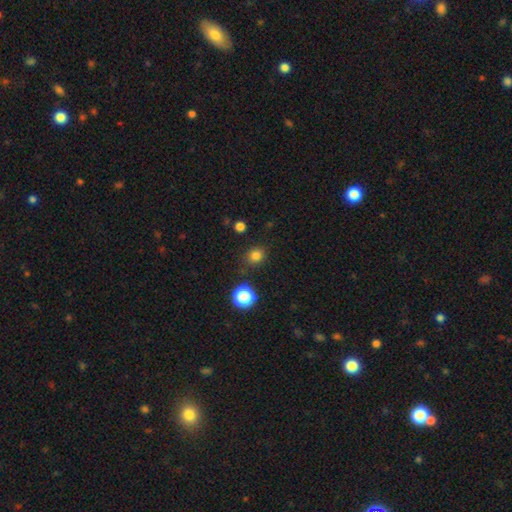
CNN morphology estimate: Smooth or featured? smooth (80%)
How rounded? round (81%)
Merging? none (85%)